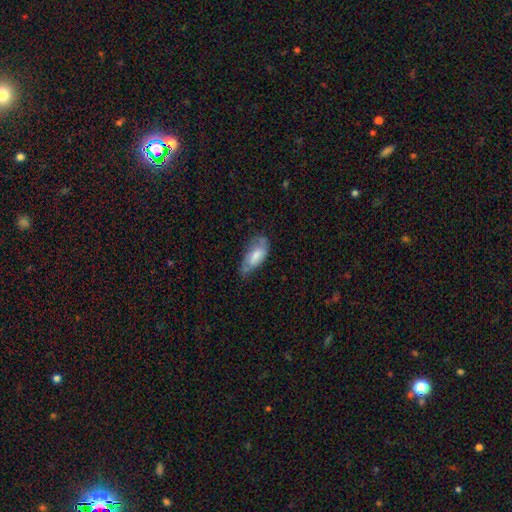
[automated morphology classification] Overall: smooth (64%; featured or disk 29%). How rounded: in between (85%). Merging: none (44%; minor disturbance 39%).